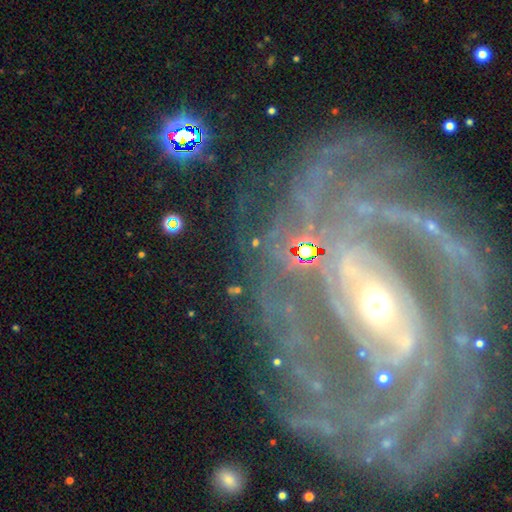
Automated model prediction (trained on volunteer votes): smooth_or_featured: featured or disk (p=0.89) [alt: star or artifact p=0.07]
disk_edge_on: no (p=0.97) [alt: yes p=0.03]
bar: strong (p=0.41) [alt: weak p=0.32]
has_spiral_arms: yes (p=0.97) [alt: no p=0.03]
spiral_winding: tight (p=0.58) [alt: medium p=0.33]
spiral_arm_count: 2 (p=0.29) [alt: can't tell p=0.19]
bulge_size: small (p=0.47) [alt: moderate p=0.46]
merging: none (p=0.71) [alt: minor disturbance p=0.15]